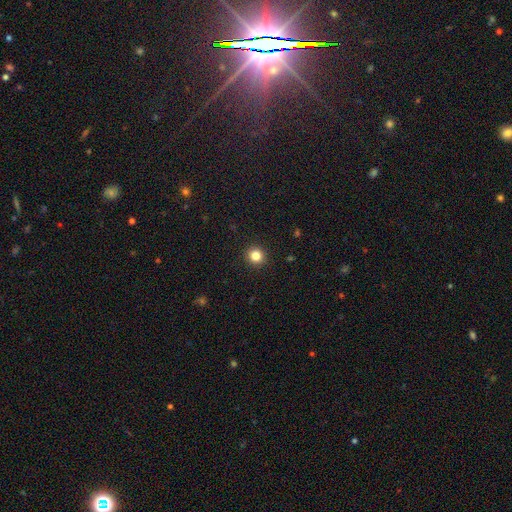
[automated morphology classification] The model was most divided on "smooth or featured": smooth: 83%, star or artifact: 12%, featured or disk: 5%. More confident: how rounded — round (94%); merging — none (93%).